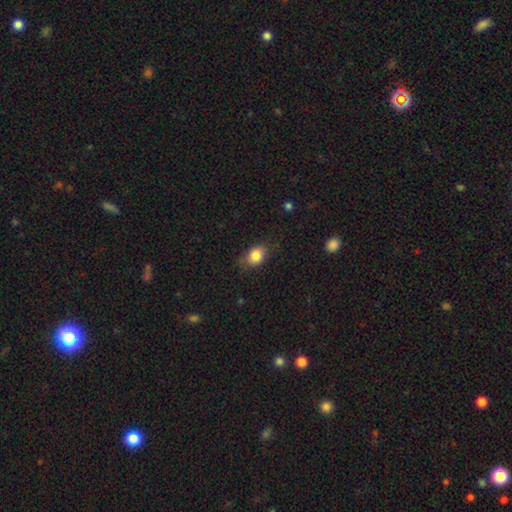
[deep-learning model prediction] smooth 83%, star or artifact 9%, featured or disk 8%. Down the decision tree: how rounded — in between (65%); merging — none (71%).